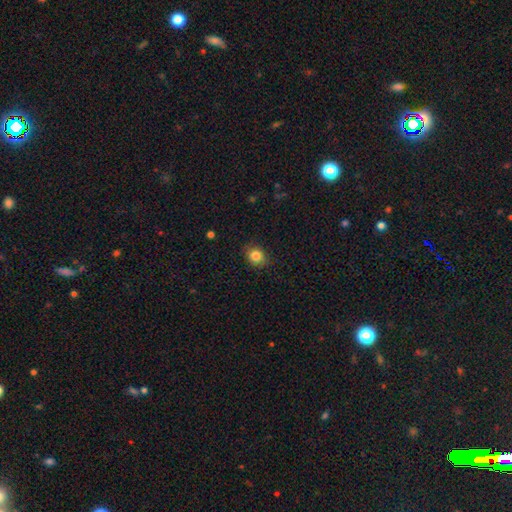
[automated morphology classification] Smooth or featured? Predicted: smooth (p=0.84). How rounded? Predicted: round (p=0.64). Merging? Predicted: none (p=0.84).